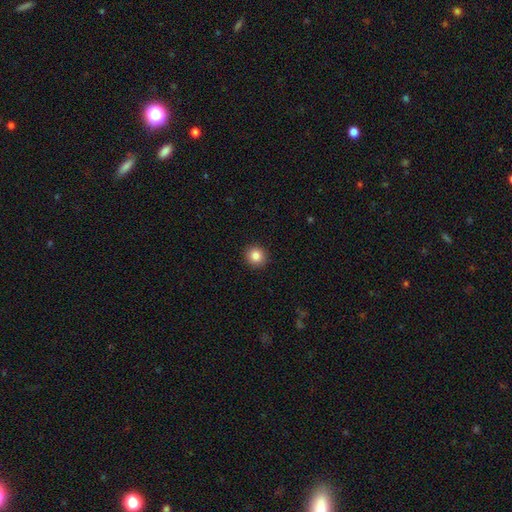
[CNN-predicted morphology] smooth_or_featured: smooth (p=0.84) [alt: star or artifact p=0.10]
how_rounded: round (p=0.91) [alt: in between p=0.08]
merging: none (p=0.93) [alt: minor disturbance p=0.05]